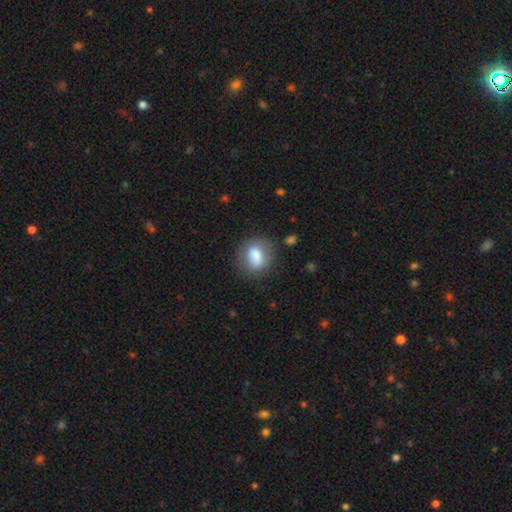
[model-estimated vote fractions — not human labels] smooth 78%, featured or disk 13%, star or artifact 8%. Down the decision tree: how rounded — in between (52%); merging — none (68%).